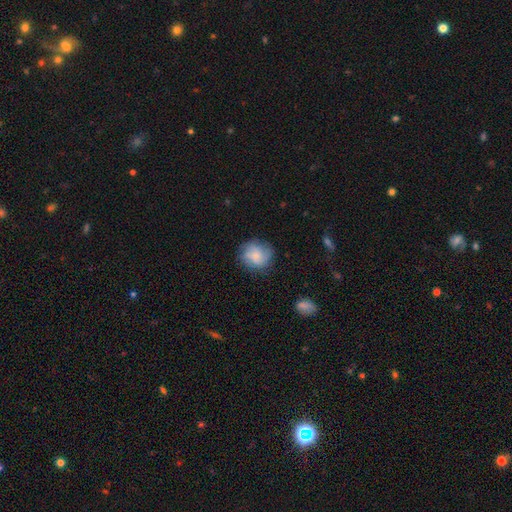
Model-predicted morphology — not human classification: Q: Smooth or featured?
A: smooth (62%); runner-up: featured or disk (30%)
Q: How rounded?
A: round (83%); runner-up: in between (16%)
Q: Merging?
A: none (74%); runner-up: minor disturbance (18%)